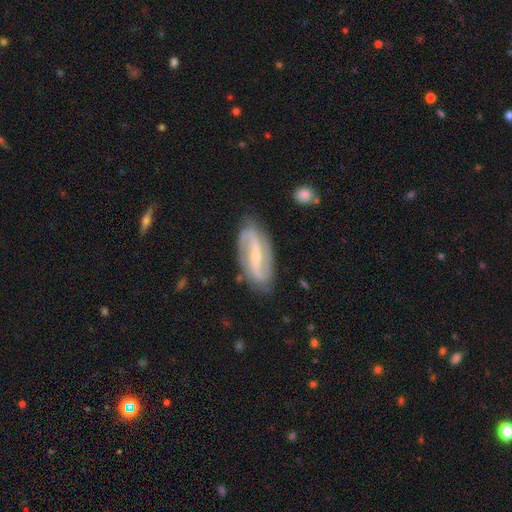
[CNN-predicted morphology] type=featured or disk (85%); edge-on=no (94%); bar=strong (45%); spiral arms=yes (96%); winding=medium (43%); arm count=2 (90%); bulge=small (64%); merging=none (83%).